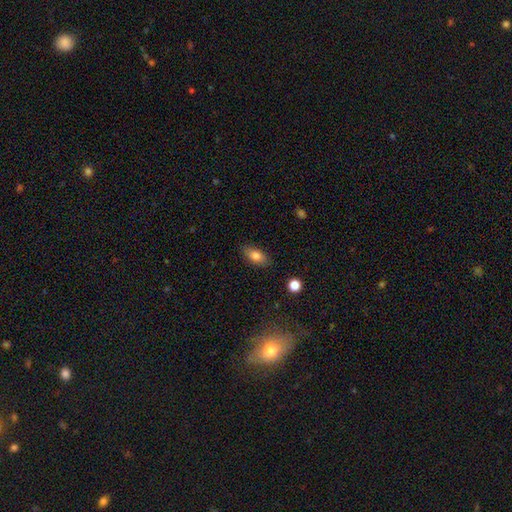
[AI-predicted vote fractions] Smooth or featured? Predicted: smooth (p=0.81). How rounded? Predicted: in between (p=0.89). Merging? Predicted: none (p=0.85).